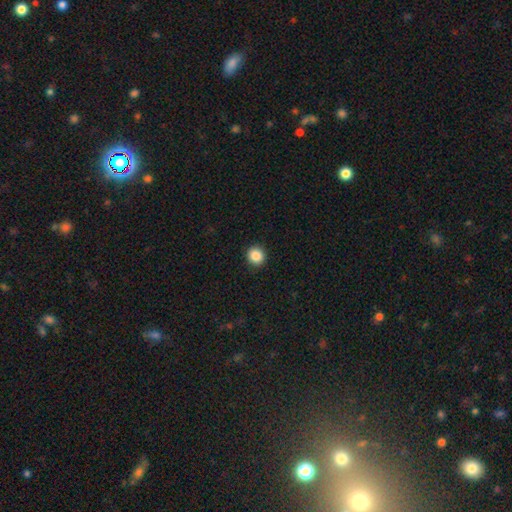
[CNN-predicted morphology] Smooth or featured?
  - smooth: 87% *
  - star or artifact: 9%
  - featured or disk: 3%
How rounded?
  - round: 90% *
  - in between: 10%
  - cigar-shaped: 1%
Merging?
  - none: 92% *
  - minor disturbance: 5%
  - major disturbance: 2%
  - merger: 1%